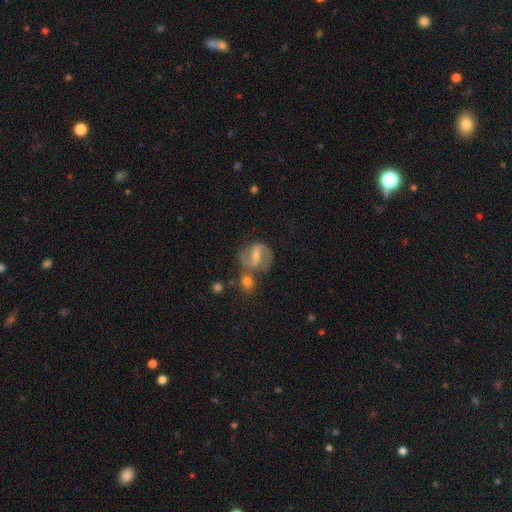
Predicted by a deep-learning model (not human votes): The model was most divided on "bulge size": small: 46%, moderate: 45%, none: 5%, large: 3%, dominant: 1%. Remaining: edge-on disk — no (97%); spiral arms — yes (94%); spiral arm count — 2 (90%); smooth or featured — featured or disk (81%); merging — none (66%); spiral winding — medium (55%); bar — weak (45%).